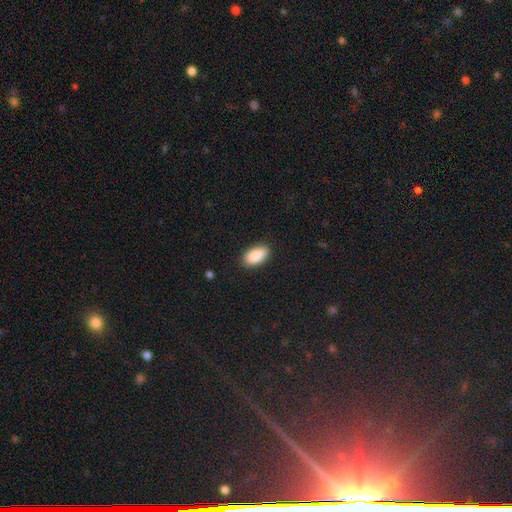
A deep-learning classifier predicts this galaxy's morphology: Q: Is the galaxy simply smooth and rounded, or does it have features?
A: smooth — 90%.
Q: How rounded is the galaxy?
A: in between — 94%.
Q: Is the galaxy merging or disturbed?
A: none — 88%.